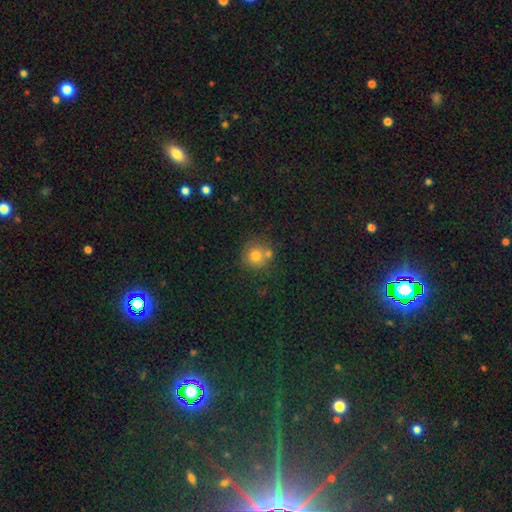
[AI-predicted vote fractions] The model was most divided on "merging": none: 60%, merger: 25%, minor disturbance: 11%, major disturbance: 4%. More confident: how rounded — round (90%); smooth or featured — smooth (74%).